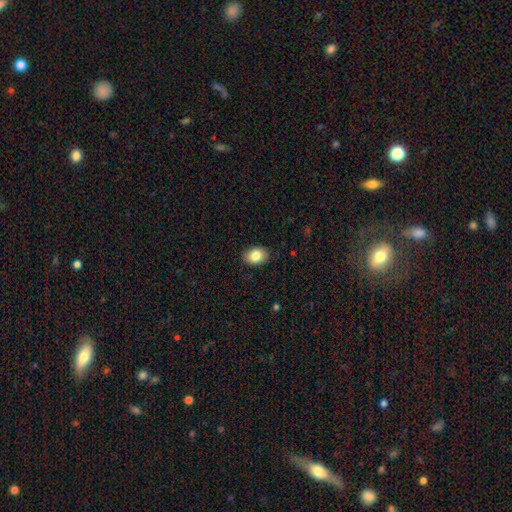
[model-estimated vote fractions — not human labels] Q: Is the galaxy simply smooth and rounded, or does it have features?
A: smooth — 83%.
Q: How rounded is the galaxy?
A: in between — 79%.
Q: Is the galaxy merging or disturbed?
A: none — 88%.